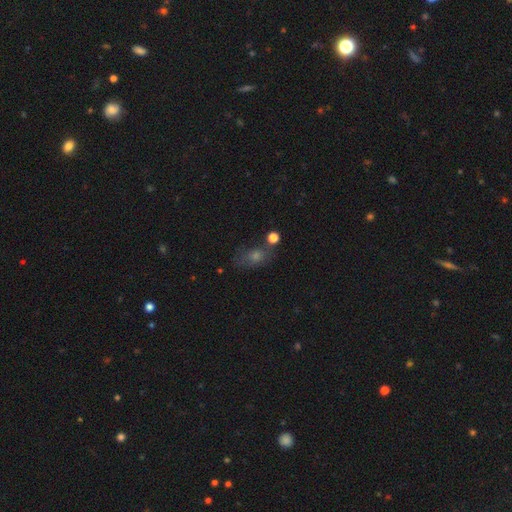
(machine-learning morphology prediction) smooth_or_featured: smooth (p=0.53) [alt: star or artifact p=0.28]
how_rounded: in between (p=0.67) [alt: round p=0.27]
merging: none (p=0.62) [alt: minor disturbance p=0.19]